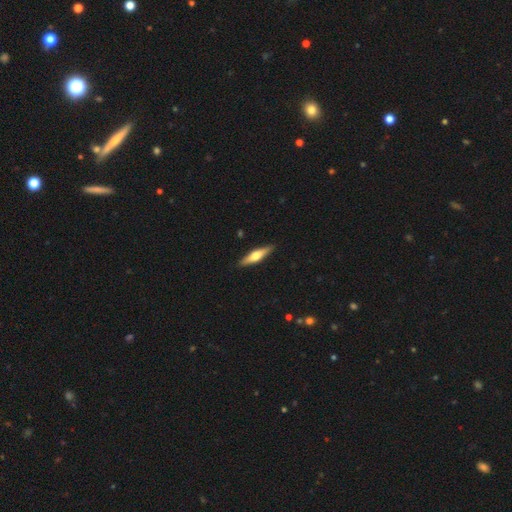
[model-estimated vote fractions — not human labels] smooth_or_featured: featured or disk (p=0.51) [alt: smooth p=0.44]
disk_edge_on: yes (p=0.94) [alt: no p=0.06]
merging: none (p=0.90) [alt: minor disturbance p=0.07]